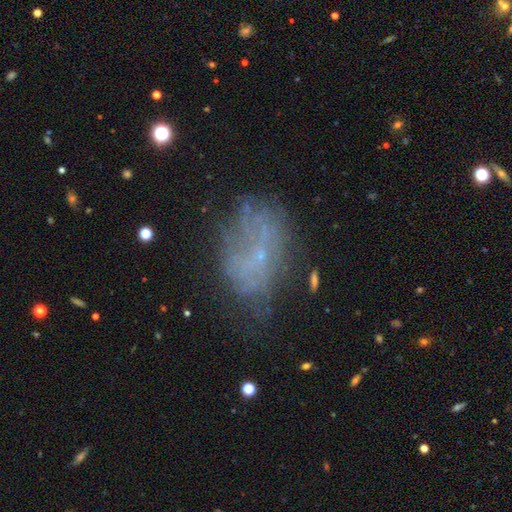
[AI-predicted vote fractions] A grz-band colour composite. It shows a featured or disk galaxy (45%). Merging: none (48%).